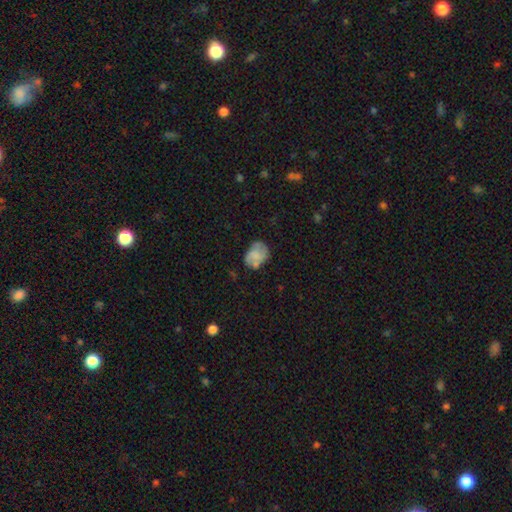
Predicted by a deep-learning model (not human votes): Q: Smooth or featured?
A: smooth (58%); runner-up: featured or disk (33%)
Q: How rounded?
A: in between (65%); runner-up: round (34%)
Q: Merging?
A: none (53%); runner-up: minor disturbance (28%)